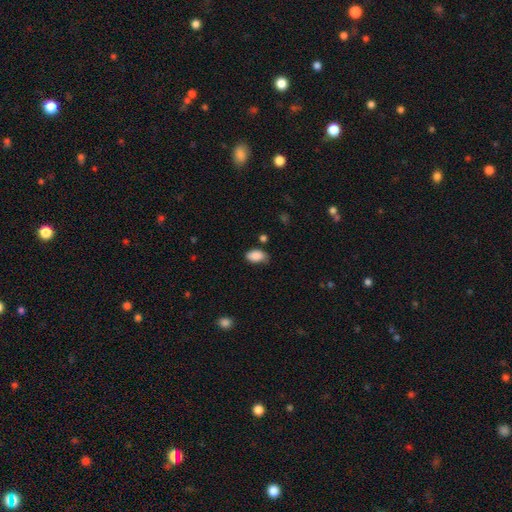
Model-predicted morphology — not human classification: smooth-or-featured: smooth: 88% | star or artifact: 8% | featured or disk: 5%
  how-rounded: in between: 92% | round: 7% | cigar-shaped: 1%
  merging: none: 64% | minor disturbance: 27% | major disturbance: 6% | merger: 3%